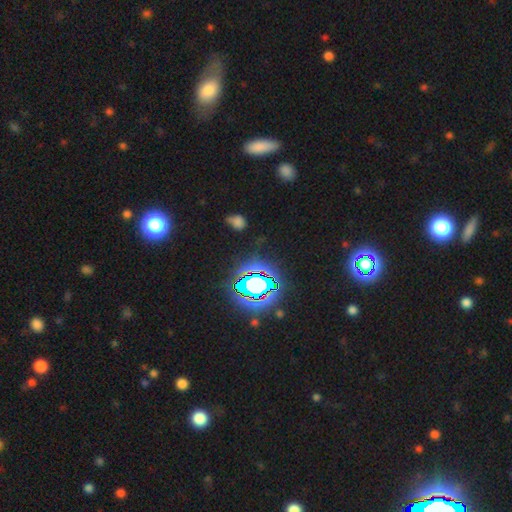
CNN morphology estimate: smooth-or-featured: star or artifact: 76% | smooth: 14% | featured or disk: 10%